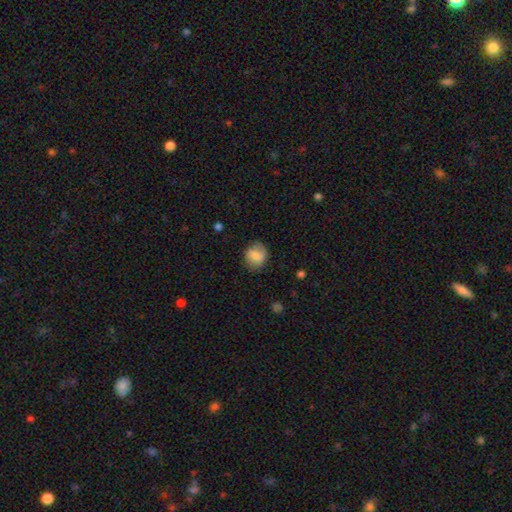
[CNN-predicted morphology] A smooth galaxy with no disk features (80%) that is round (73%). Merging: none (79%).